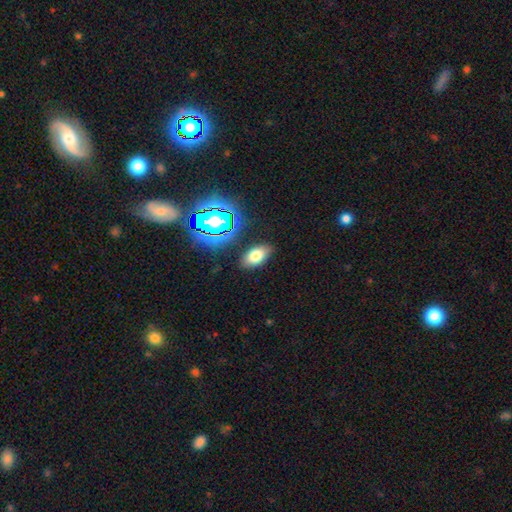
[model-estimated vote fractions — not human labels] Smooth or featured: smooth — 70% (star or artifact — 16%)
How rounded: in between — 91% (round — 6%)
Merging: none — 85% (minor disturbance — 10%)